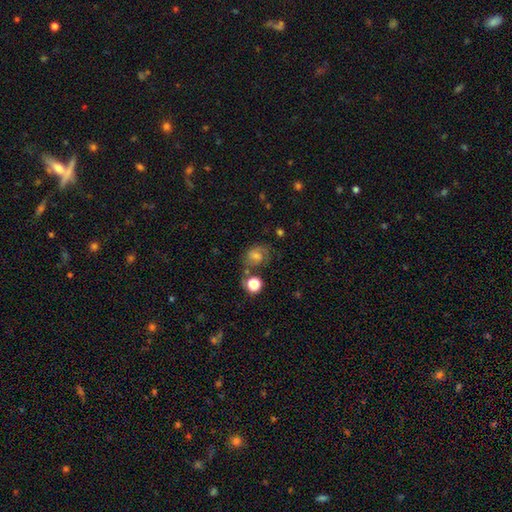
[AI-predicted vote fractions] This is marginally a smooth galaxy (44%). Merging: possibly none (53%).